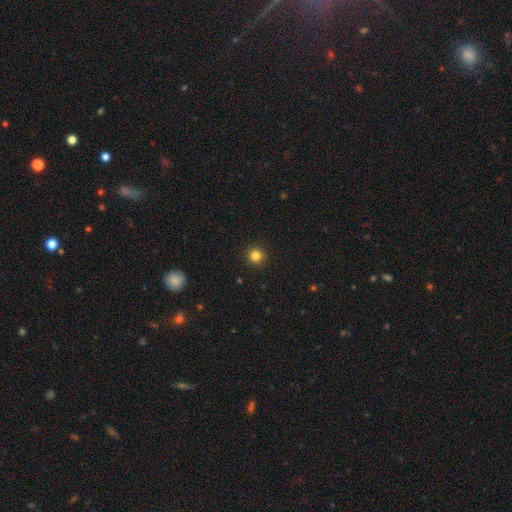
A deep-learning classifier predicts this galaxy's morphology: Smooth or featured? smooth (83%)
How rounded? round (96%)
Merging? none (93%)